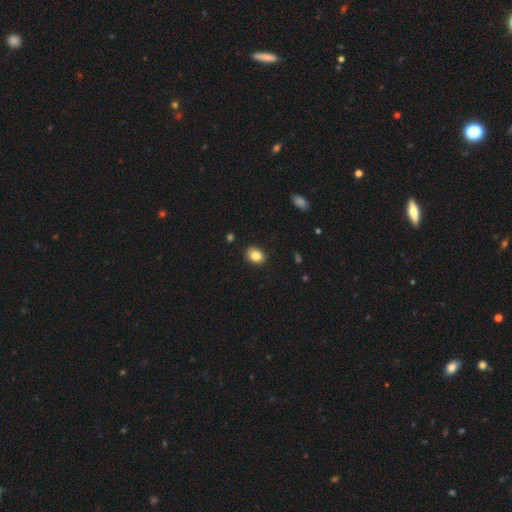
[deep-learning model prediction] Overall: smooth (85%). How rounded: in between (67%; round 32%). Merging: none (88%).